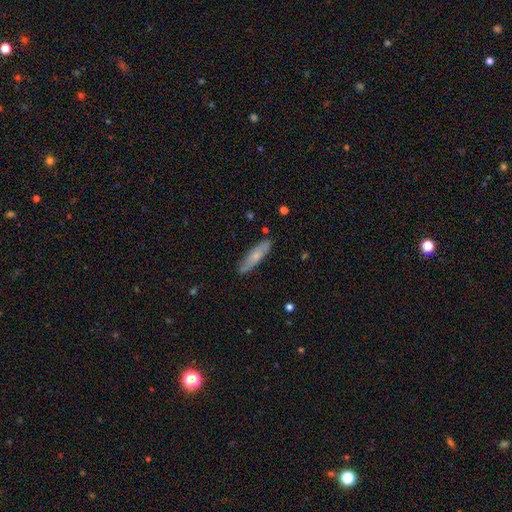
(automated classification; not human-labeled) smooth-or-featured: smooth: 59% | featured or disk: 35% | star or artifact: 6%
  how-rounded: cigar-shaped: 73% | in between: 25% | round: 2%
  merging: none: 82% | minor disturbance: 14% | major disturbance: 2% | merger: 2%